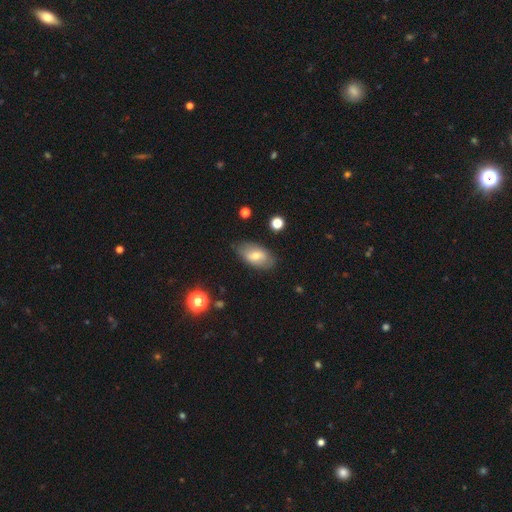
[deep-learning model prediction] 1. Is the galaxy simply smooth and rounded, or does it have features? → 60% smooth, 32% featured or disk, 8% star or artifact.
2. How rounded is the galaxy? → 92% in between, 6% round, 3% cigar-shaped.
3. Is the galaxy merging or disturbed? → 77% none, 17% minor disturbance, 4% major disturbance, 2% merger.